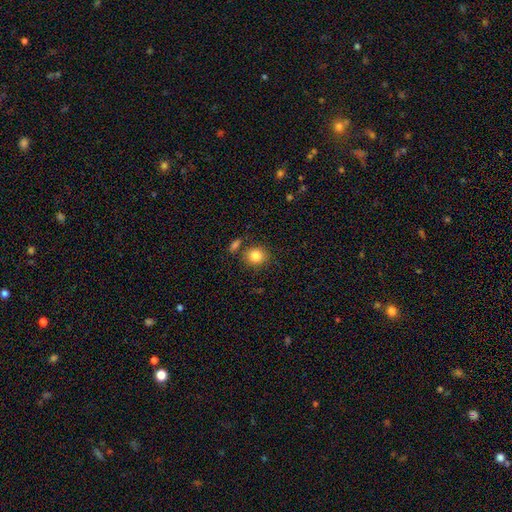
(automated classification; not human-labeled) Q: Smooth or featured?
A: smooth (84%); runner-up: star or artifact (9%)
Q: How rounded?
A: round (83%); runner-up: in between (16%)
Q: Merging?
A: none (76%); runner-up: minor disturbance (11%)